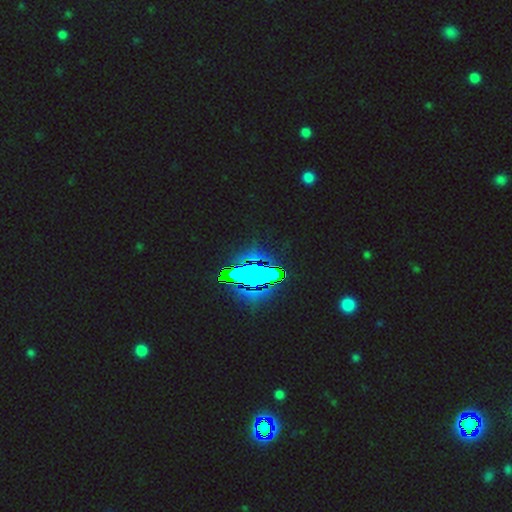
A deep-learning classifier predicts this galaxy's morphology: Smooth or featured? star or artifact (82%)